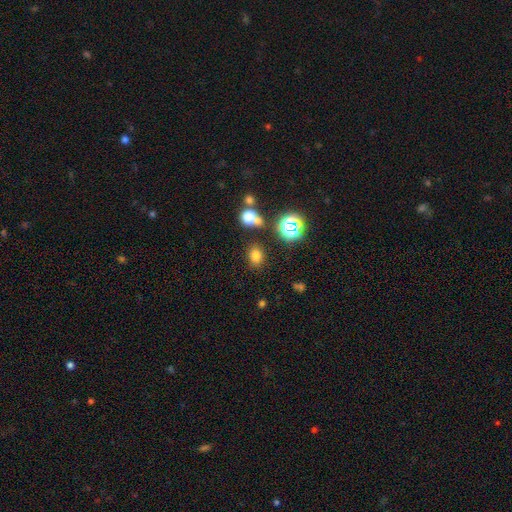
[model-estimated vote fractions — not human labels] This appears to be a smooth galaxy with no disk features (72%) that is round (53%). Merging: none (81%).